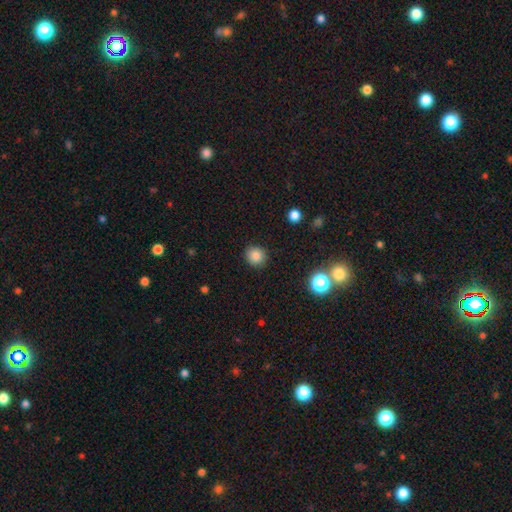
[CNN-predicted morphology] This is clearly a smooth galaxy (85%). How rounded: clearly round (90%). Merging: clearly none (90%).